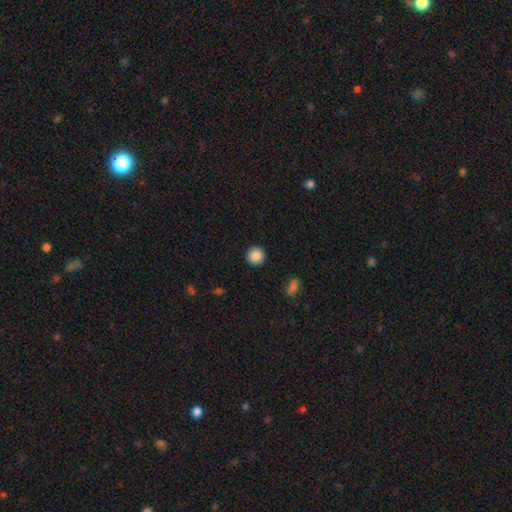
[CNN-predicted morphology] smooth-or-featured: smooth: 88% | star or artifact: 9% | featured or disk: 3%
  how-rounded: round: 94% | in between: 5% | cigar-shaped: 1%
  merging: none: 92% | minor disturbance: 5% | major disturbance: 2% | merger: 1%